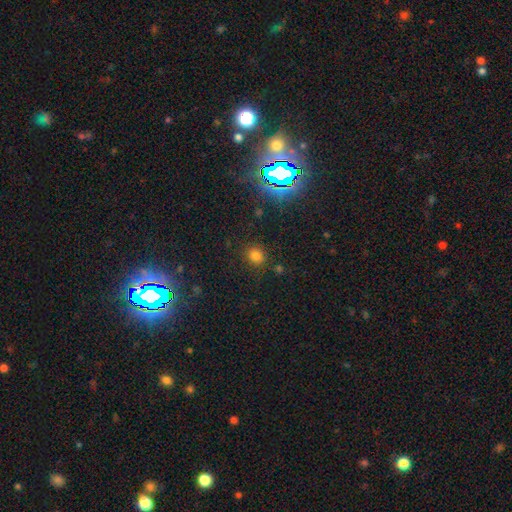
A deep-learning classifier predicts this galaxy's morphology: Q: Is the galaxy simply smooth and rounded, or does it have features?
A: smooth — 74%.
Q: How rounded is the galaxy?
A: round — 77%.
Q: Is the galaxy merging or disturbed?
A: none — 84%.